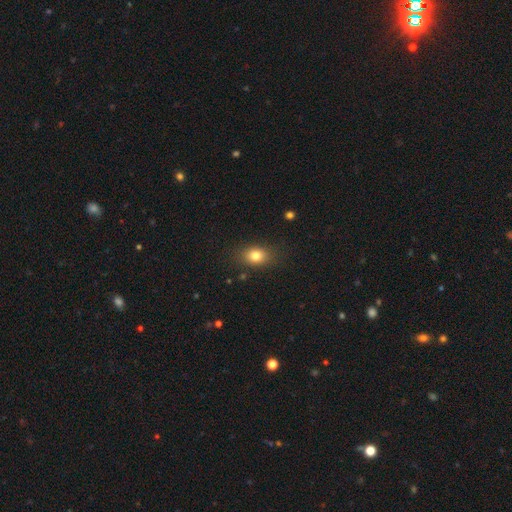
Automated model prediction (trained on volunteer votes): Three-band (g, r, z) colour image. It shows a smooth galaxy with no disk features (80%) that is in between round and cigar-shaped (65%). Merging: none (83%).